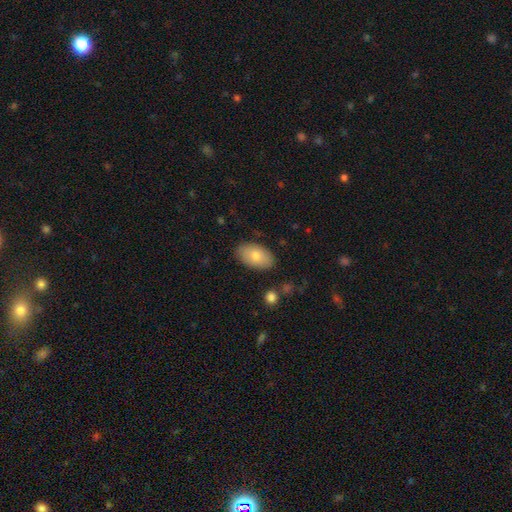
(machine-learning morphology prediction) Smooth or featured? smooth (76%)
How rounded? in between (94%)
Merging? none (86%)